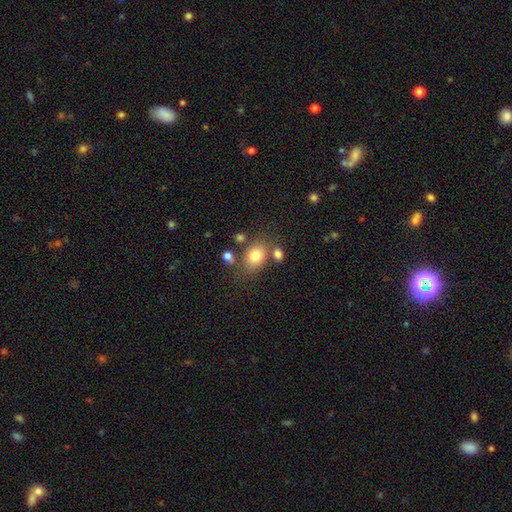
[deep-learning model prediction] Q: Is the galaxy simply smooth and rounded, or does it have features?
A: smooth — 80%.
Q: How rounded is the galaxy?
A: in between — 64%.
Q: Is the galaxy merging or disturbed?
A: none — 64%.